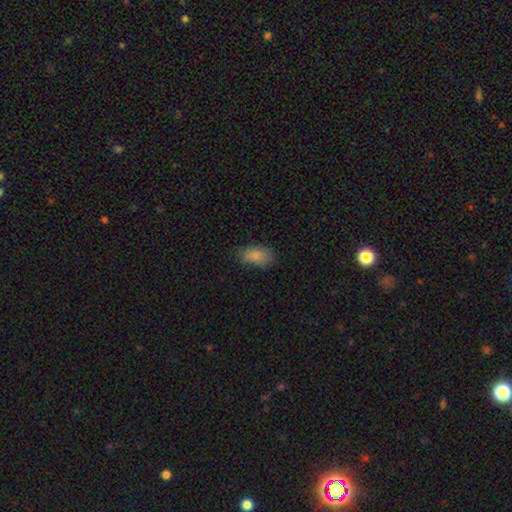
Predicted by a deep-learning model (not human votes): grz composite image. It shows a smooth galaxy with no disk features (84%) that is in between round and cigar-shaped (92%). Merging: none (67%).